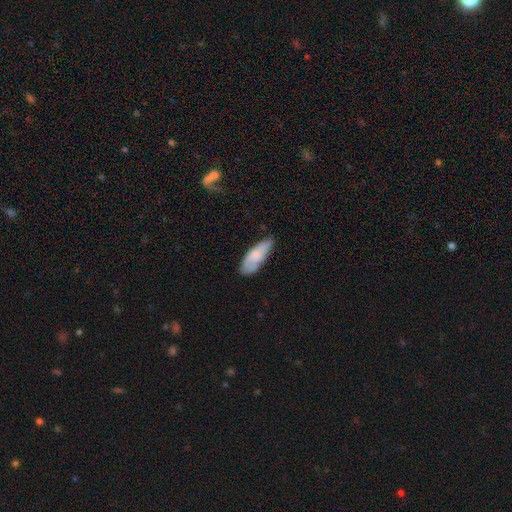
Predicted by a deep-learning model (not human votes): A smooth galaxy with no disk features (75%) that is in between round and cigar-shaped (68%). Merging: none (65%).